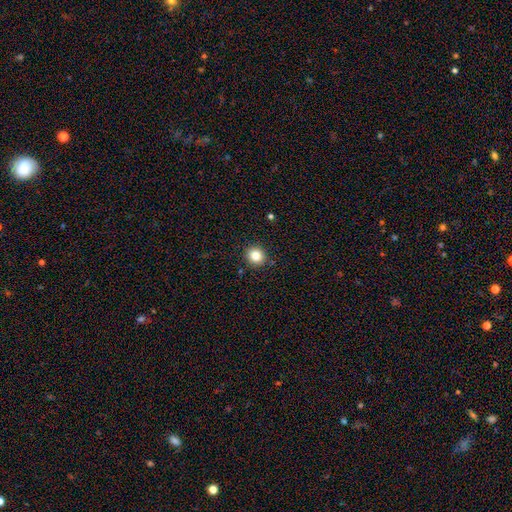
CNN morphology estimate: smooth-or-featured: smooth: 83% | star or artifact: 12% | featured or disk: 6%
  how-rounded: round: 88% | in between: 11% | cigar-shaped: 1%
  merging: none: 91% | minor disturbance: 6% | major disturbance: 2% | merger: 1%